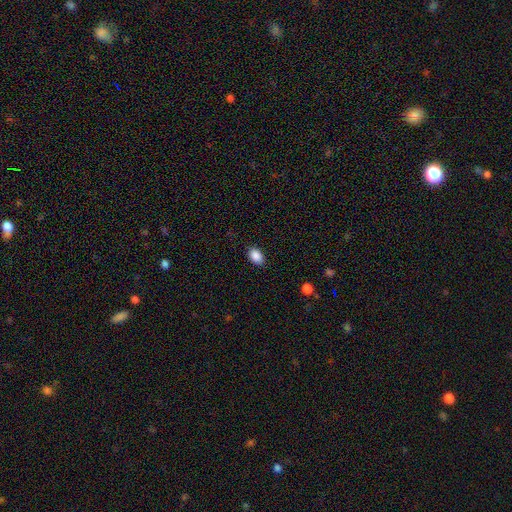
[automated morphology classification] type=smooth (88%); roundness=in between (81%); merging=none (87%).